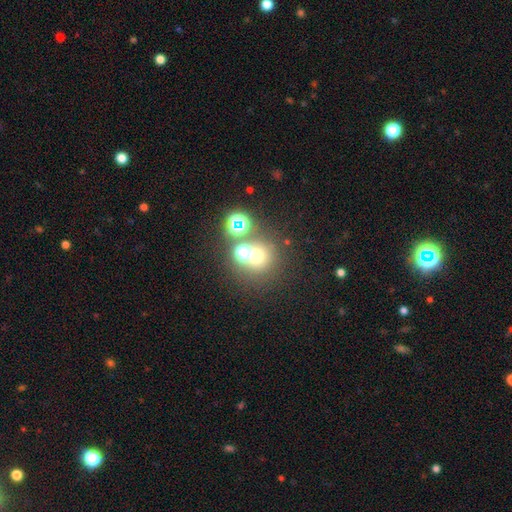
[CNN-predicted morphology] A smooth galaxy with no disk features (57%) that is round (90%).

Vote fractions:
- Smooth or featured? smooth: 57% / star or artifact: 33% / featured or disk: 11%
- How rounded? round: 90% / in between: 9% / cigar-shaped: 1%
- Merging? none: 60% / merger: 28% / minor disturbance: 8% / major disturbance: 4%